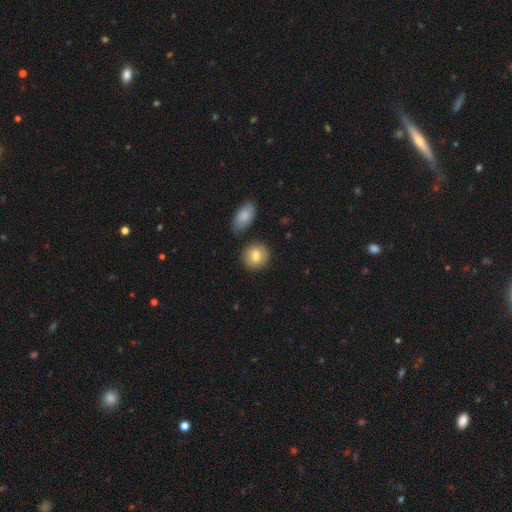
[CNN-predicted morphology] Smooth or featured? smooth (80%)
How rounded? round (78%)
Merging? none (80%)